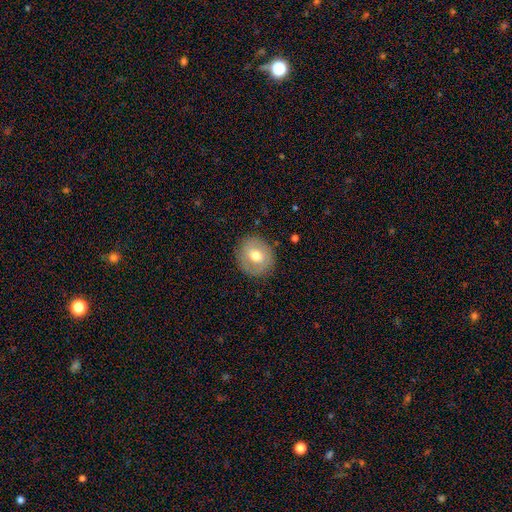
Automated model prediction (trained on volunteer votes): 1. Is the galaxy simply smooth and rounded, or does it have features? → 57% smooth, 35% featured or disk, 8% star or artifact.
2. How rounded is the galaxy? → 87% round, 12% in between, 1% cigar-shaped.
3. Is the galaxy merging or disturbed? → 86% none, 10% minor disturbance, 3% major disturbance, 1% merger.